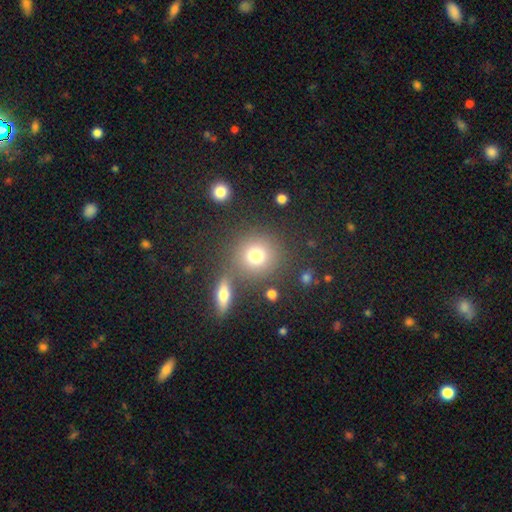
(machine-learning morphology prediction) smooth_or_featured: smooth (p=0.76) [alt: star or artifact p=0.13]
how_rounded: round (p=0.89) [alt: in between p=0.09]
merging: none (p=0.71) [alt: merger p=0.16]